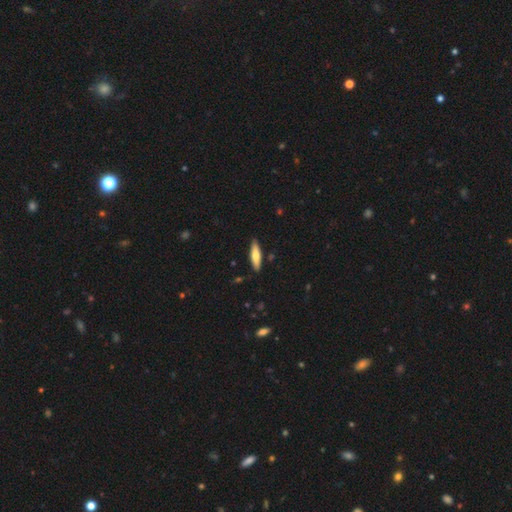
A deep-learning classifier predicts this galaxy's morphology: This appears to be a smooth galaxy with no disk features (69%) that is cigar-shaped (70%). Merging: none (87%).